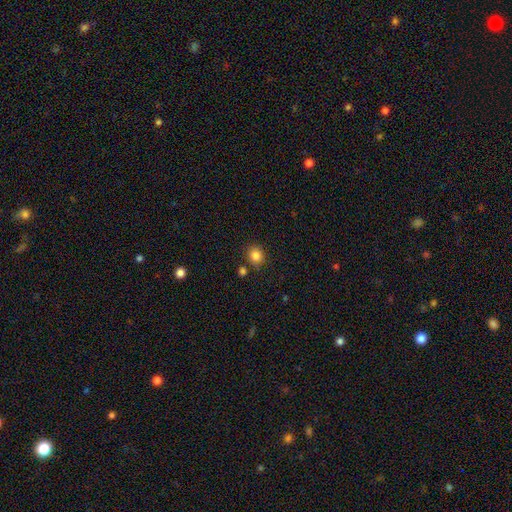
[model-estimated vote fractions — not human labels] Overall: smooth (84%). How rounded: round (83%). Merging: none (82%).